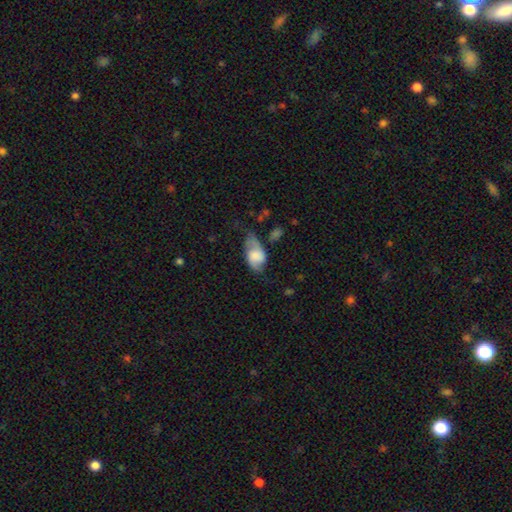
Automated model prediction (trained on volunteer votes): A smooth galaxy with no disk features (50%) that is in between round and cigar-shaped (88%).

Vote fractions:
- Smooth or featured? smooth: 50% / featured or disk: 42% / star or artifact: 8%
- How rounded? in between: 88% / round: 10% / cigar-shaped: 3%
- Merging? none: 36% / minor disturbance: 35% / major disturbance: 24% / merger: 5%